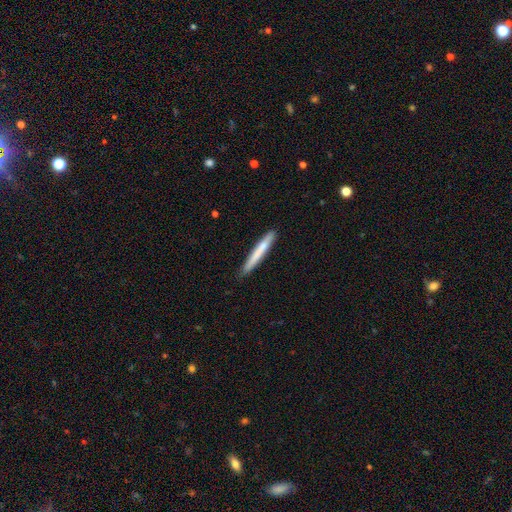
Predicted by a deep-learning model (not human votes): Smooth or featured: smooth — 70% (featured or disk — 24%)
How rounded: cigar-shaped — 96% (in between — 3%)
Merging: none — 85% (minor disturbance — 12%)